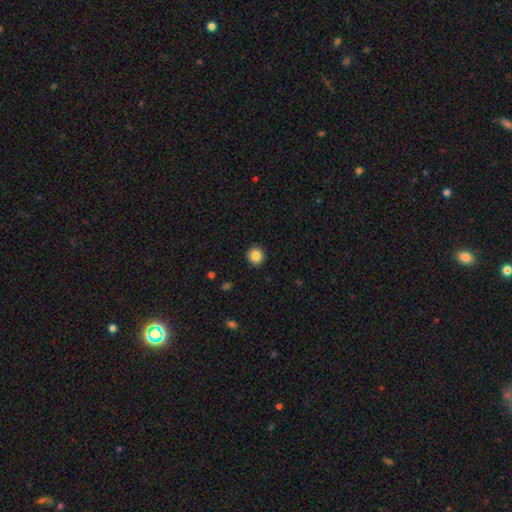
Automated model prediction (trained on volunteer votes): Smooth or featured: smooth — 85% (star or artifact — 10%)
How rounded: round — 93% (in between — 6%)
Merging: none — 92% (minor disturbance — 5%)